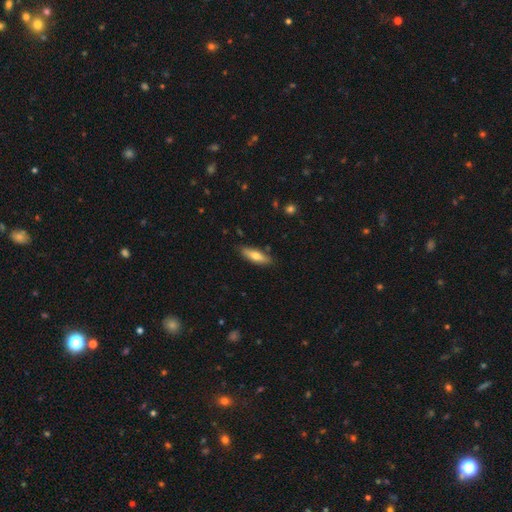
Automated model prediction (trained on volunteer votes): smooth-or-featured: smooth: 66% | featured or disk: 28% | star or artifact: 6%
  how-rounded: cigar-shaped: 52% | in between: 46% | round: 2%
  merging: none: 85% | minor disturbance: 11% | major disturbance: 2% | merger: 2%